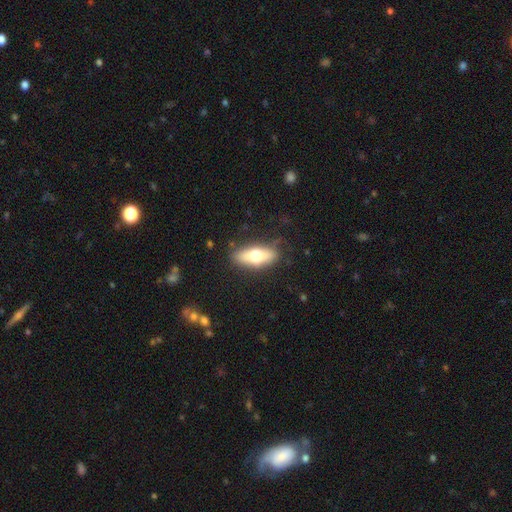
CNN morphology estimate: Overall: smooth (59%; featured or disk 34%). How rounded: in between (66%; cigar-shaped 30%). Merging: none (80%).